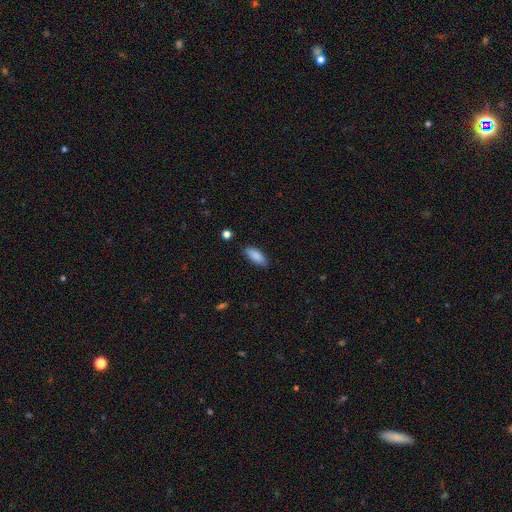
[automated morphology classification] Smooth or featured: smooth — 87% (star or artifact — 7%)
How rounded: in between — 79% (cigar-shaped — 19%)
Merging: none — 83% (minor disturbance — 13%)